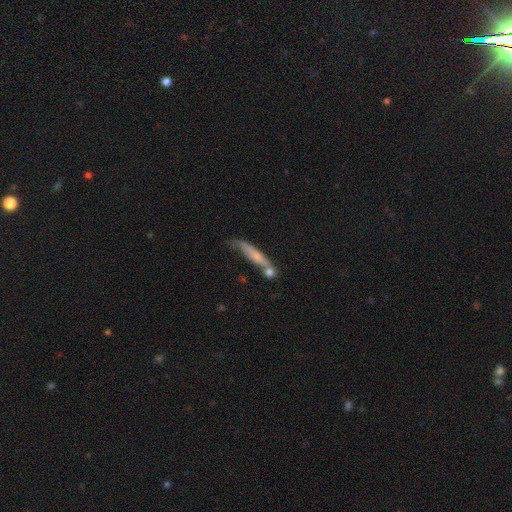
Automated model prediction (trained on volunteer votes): A smooth galaxy with no disk features (52%) that is cigar-shaped (86%). Merging: none (38%).